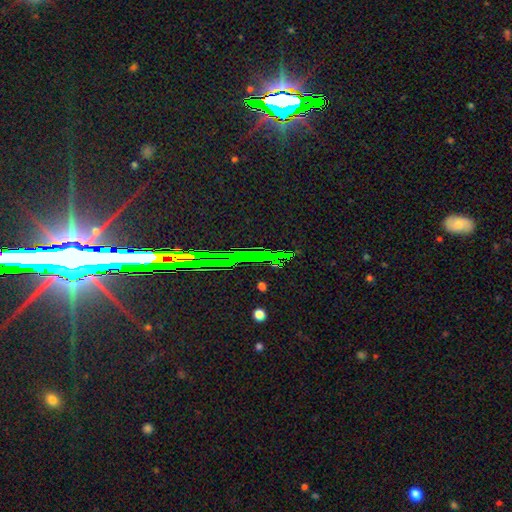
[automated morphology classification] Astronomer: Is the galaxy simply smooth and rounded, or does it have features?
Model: star or artifact — 77%.